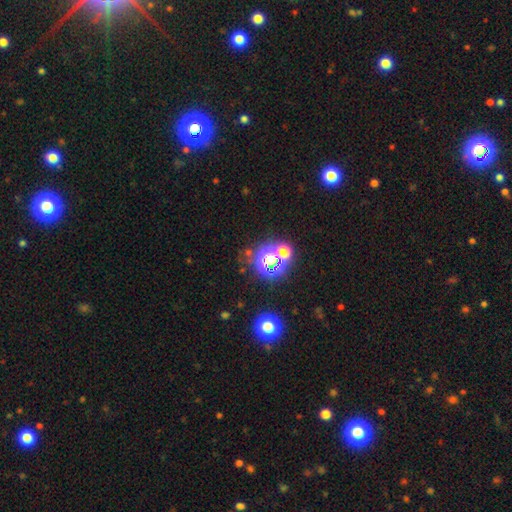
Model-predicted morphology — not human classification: Smooth or featured? star or artifact (71%)